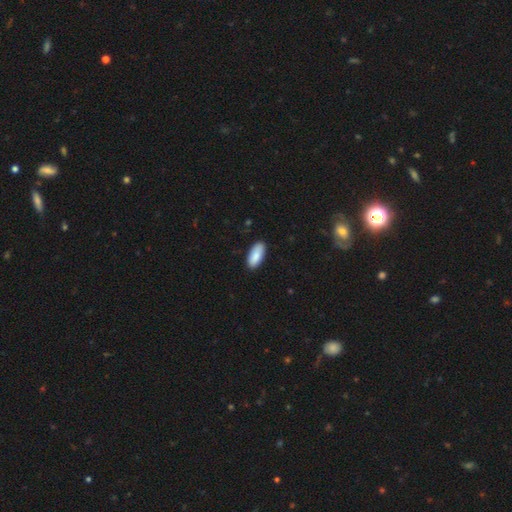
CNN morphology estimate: A smooth galaxy with no disk features (89%) that is in between round and cigar-shaped (87%). Merging: none (87%).